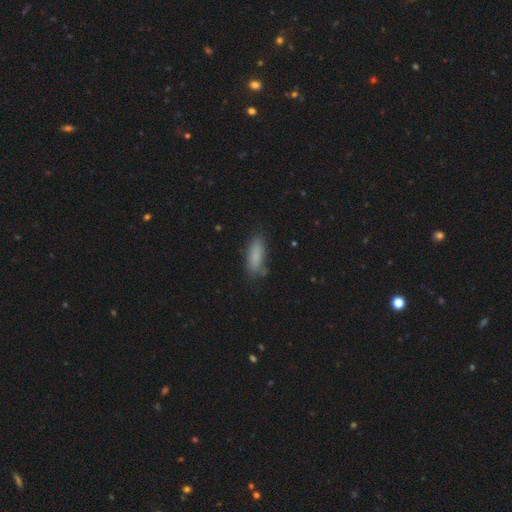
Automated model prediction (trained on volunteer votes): Overall: smooth (84%). How rounded: in between (66%; cigar-shaped 32%). Merging: none (73%).